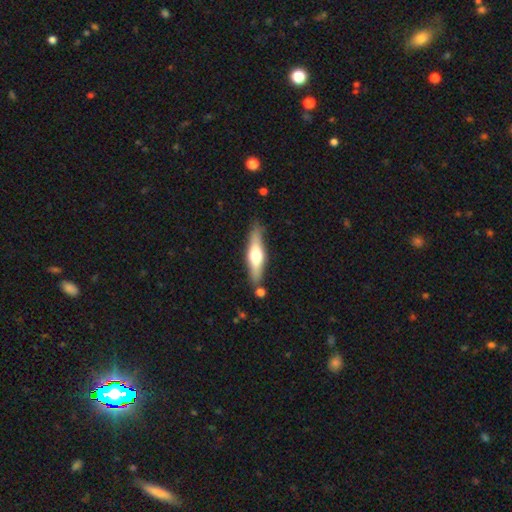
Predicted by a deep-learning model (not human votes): Q: Smooth or featured?
A: featured or disk (54%); runner-up: smooth (41%)
Q: Edge-on disk?
A: yes (91%); runner-up: no (9%)
Q: Merging?
A: none (80%); runner-up: minor disturbance (12%)